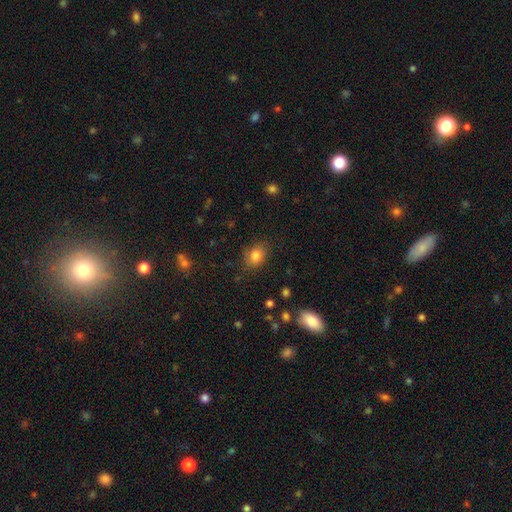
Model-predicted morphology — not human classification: type=smooth (81%); roundness=in between (63%); merging=none (81%).